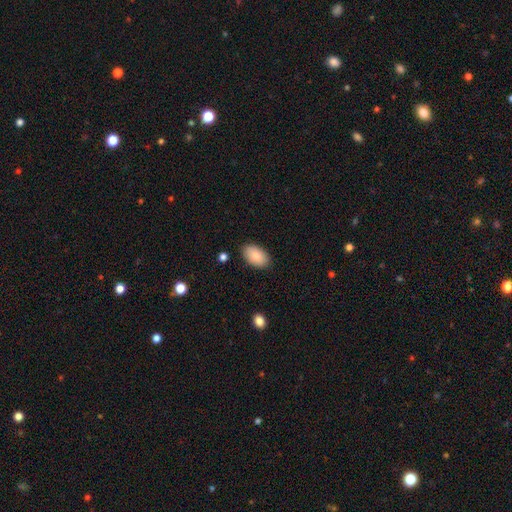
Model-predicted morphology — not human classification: type=smooth (87%); roundness=in between (94%); merging=none (87%).